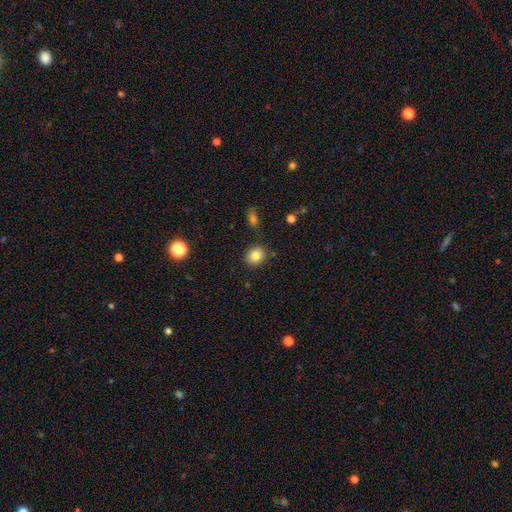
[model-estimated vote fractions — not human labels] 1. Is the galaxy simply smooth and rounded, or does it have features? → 83% smooth, 10% star or artifact, 7% featured or disk.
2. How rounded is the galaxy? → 63% round, 36% in between, 1% cigar-shaped.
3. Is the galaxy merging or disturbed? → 84% none, 10% minor disturbance, 3% merger, 3% major disturbance.